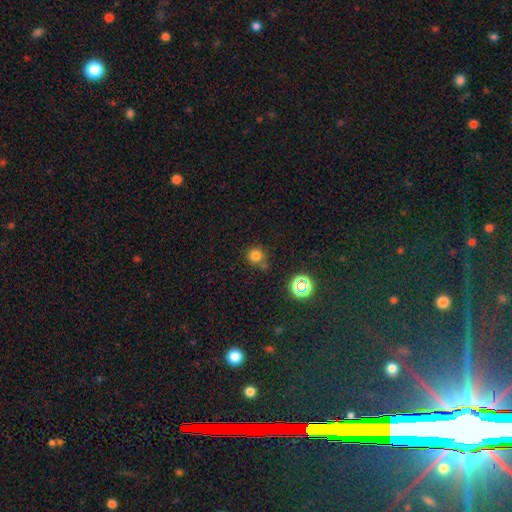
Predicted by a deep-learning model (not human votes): A smooth galaxy with no disk features (76%) that is round (93%). Merging: none (71%).